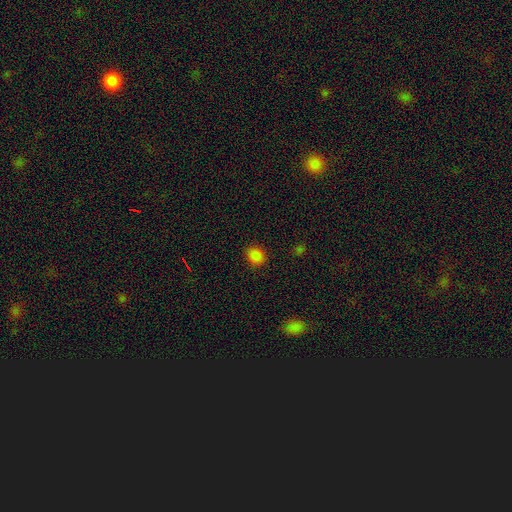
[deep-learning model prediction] Smooth or featured? smooth (84%)
How rounded? round (69%)
Merging? none (88%)